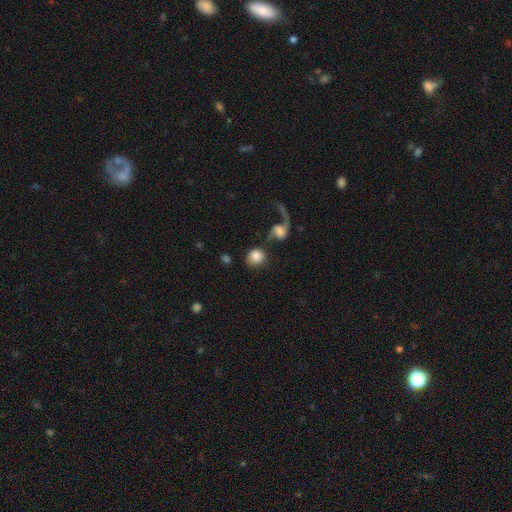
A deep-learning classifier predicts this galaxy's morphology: Smooth or featured: smooth — 76% (featured or disk — 16%)
How rounded: round — 81% (in between — 18%)
Merging: none — 48% (merger — 27%)